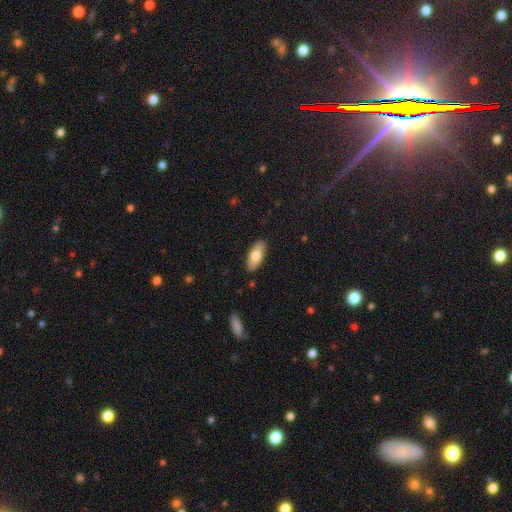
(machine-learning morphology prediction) smooth_or_featured: smooth (p=0.74) [alt: featured or disk p=0.20]
how_rounded: in between (p=0.79) [alt: cigar-shaped p=0.19]
merging: none (p=0.88) [alt: minor disturbance p=0.09]